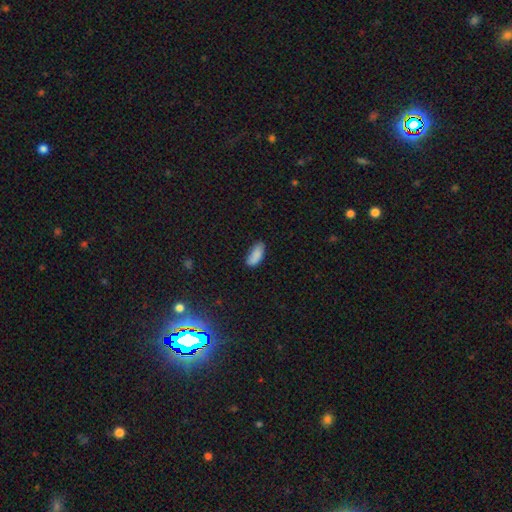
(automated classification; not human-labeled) Smooth or featured?
  - smooth: 86% *
  - star or artifact: 7%
  - featured or disk: 7%
How rounded?
  - in between: 85% *
  - cigar-shaped: 13%
  - round: 2%
Merging?
  - none: 70% *
  - minor disturbance: 23%
  - major disturbance: 5%
  - merger: 2%